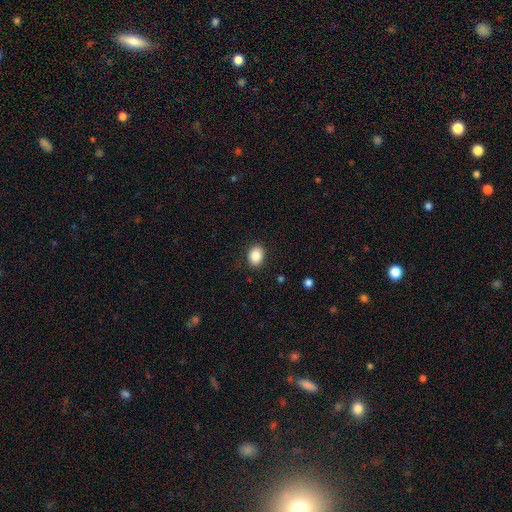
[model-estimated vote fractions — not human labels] A smooth galaxy with no disk features (86%) that is in between round and cigar-shaped (65%).

Vote fractions:
- Smooth or featured? smooth: 86% / star or artifact: 9% / featured or disk: 5%
- How rounded? in between: 65% / round: 34% / cigar-shaped: 1%
- Merging? none: 88% / minor disturbance: 8% / major disturbance: 2% / merger: 1%